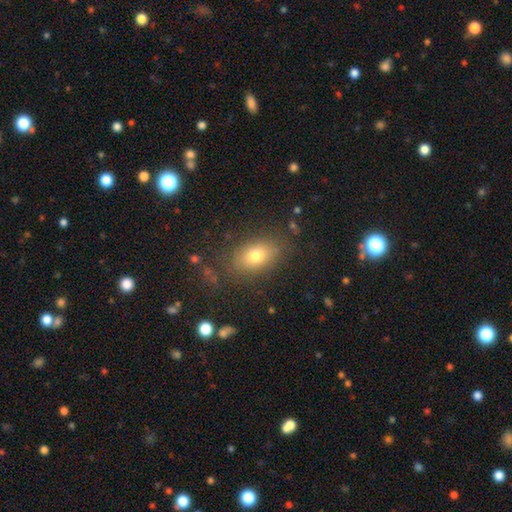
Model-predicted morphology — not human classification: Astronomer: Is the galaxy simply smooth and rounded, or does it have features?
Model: smooth — 74%.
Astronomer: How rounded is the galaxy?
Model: in between — 81%.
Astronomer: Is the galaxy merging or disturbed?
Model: none — 81%.